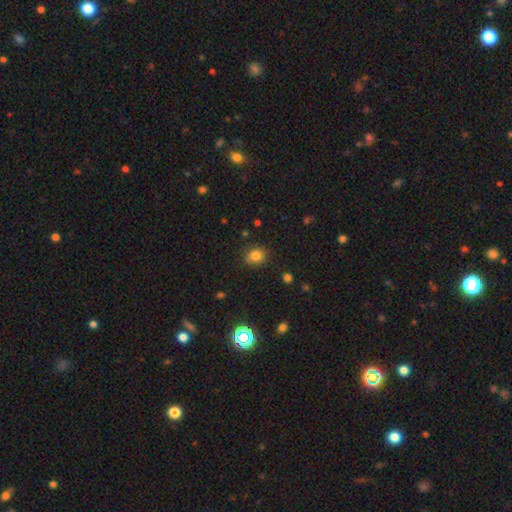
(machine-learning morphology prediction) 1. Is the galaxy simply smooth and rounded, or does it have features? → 81% smooth, 13% star or artifact, 6% featured or disk.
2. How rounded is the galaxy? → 70% round, 29% in between, 1% cigar-shaped.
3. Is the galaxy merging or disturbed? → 87% none, 9% minor disturbance, 3% major disturbance, 1% merger.